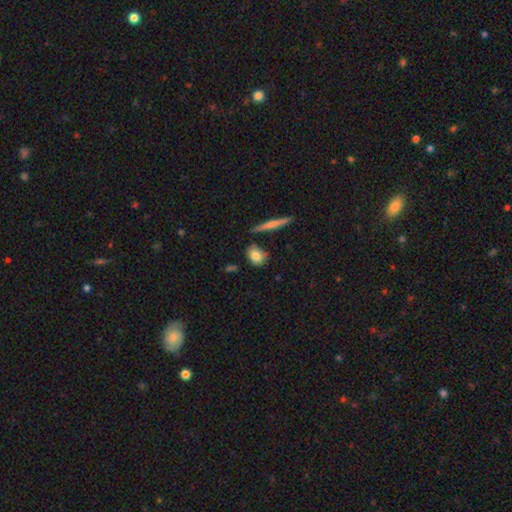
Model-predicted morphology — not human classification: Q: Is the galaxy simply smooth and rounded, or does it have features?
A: smooth — 79%.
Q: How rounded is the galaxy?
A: in between — 54%.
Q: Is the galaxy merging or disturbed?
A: none — 71%.